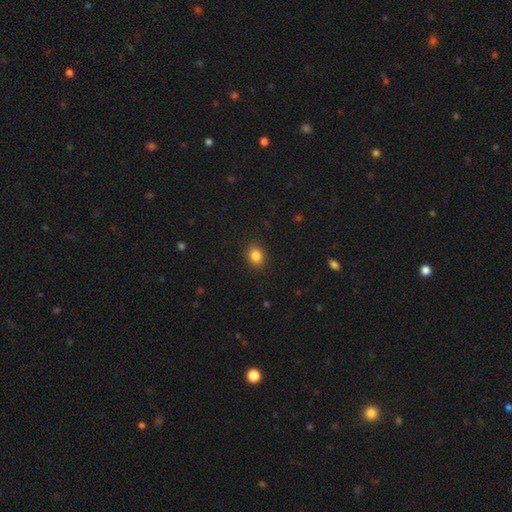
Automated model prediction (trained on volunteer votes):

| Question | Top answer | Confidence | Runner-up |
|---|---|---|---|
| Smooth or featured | smooth | 85% | star or artifact (10%) |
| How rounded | round | 58% | in between (41%) |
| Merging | none | 90% | minor disturbance (7%) |